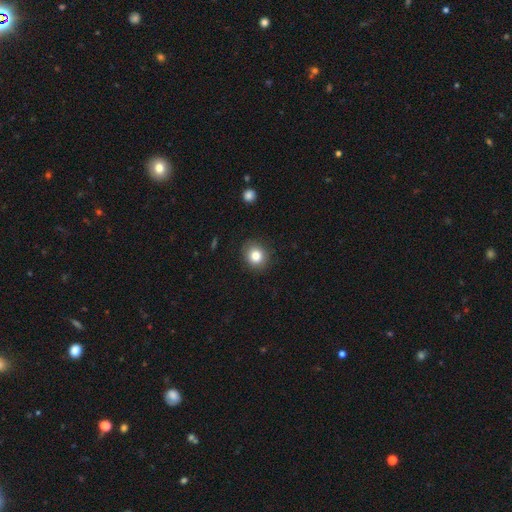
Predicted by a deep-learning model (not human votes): Smooth or featured: smooth — 83% (star or artifact — 10%)
How rounded: round — 78% (in between — 21%)
Merging: none — 87% (minor disturbance — 9%)